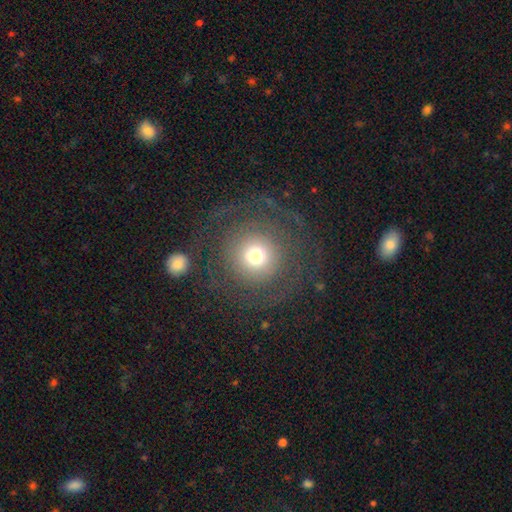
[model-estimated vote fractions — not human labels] This is marginally a featured or disk galaxy (45%). Merging: likely none (75%).